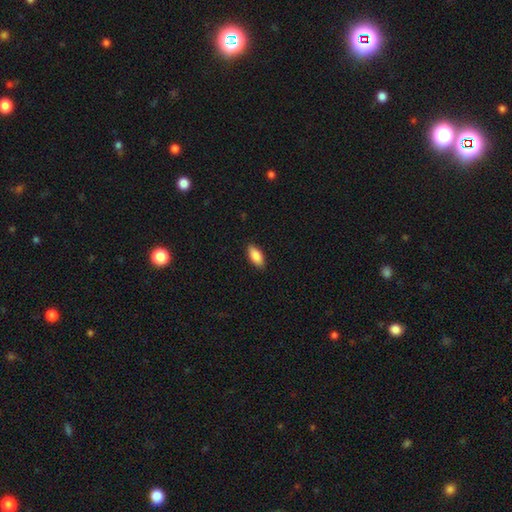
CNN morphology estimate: Smooth or featured?
  - smooth: 88% *
  - star or artifact: 6%
  - featured or disk: 6%
How rounded?
  - in between: 89% *
  - cigar-shaped: 8%
  - round: 2%
Merging?
  - none: 89% *
  - minor disturbance: 8%
  - major disturbance: 2%
  - merger: 1%